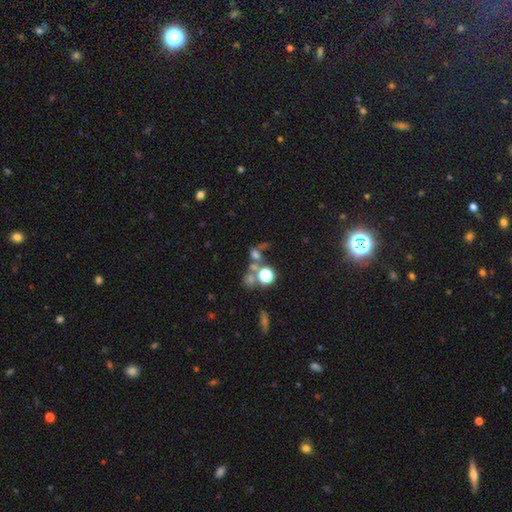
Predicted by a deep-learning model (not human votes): Smooth or featured? star or artifact (44%)